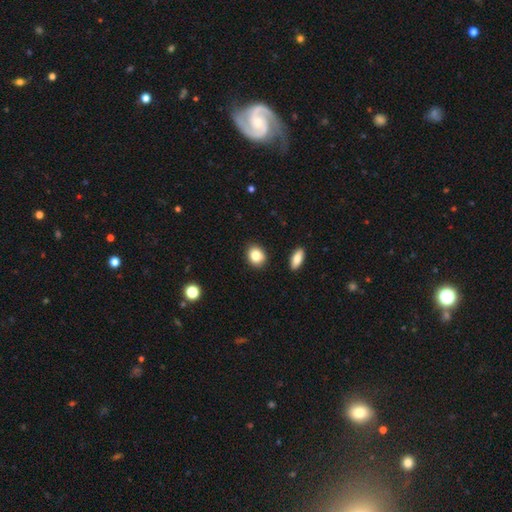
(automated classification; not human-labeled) Overall: smooth (84%). How rounded: round (51%; in between 47%). Merging: none (88%).